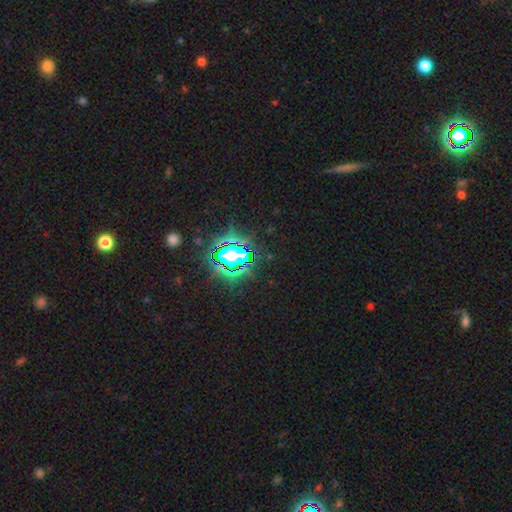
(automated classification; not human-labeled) Smooth or featured: star or artifact — 78% (smooth — 13%)